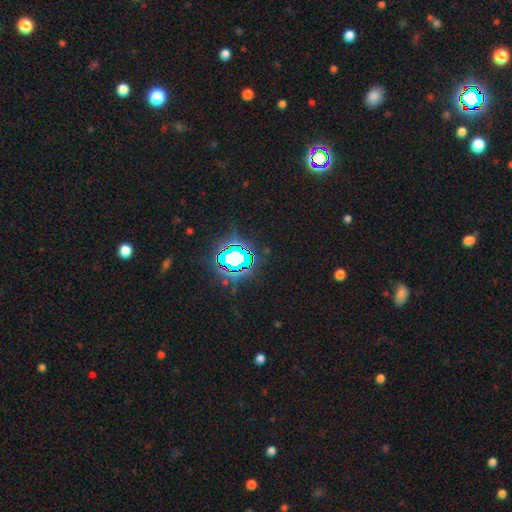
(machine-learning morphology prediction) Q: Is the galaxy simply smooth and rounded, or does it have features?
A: star or artifact — 81%.